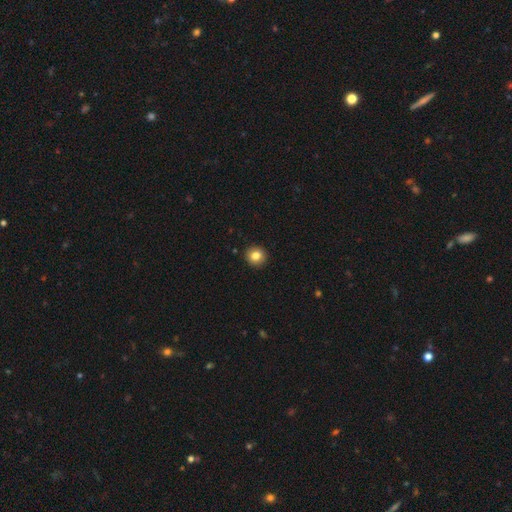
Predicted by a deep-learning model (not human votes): This appears to be a smooth galaxy with no disk features (83%) that is round (92%). Merging: none (93%).